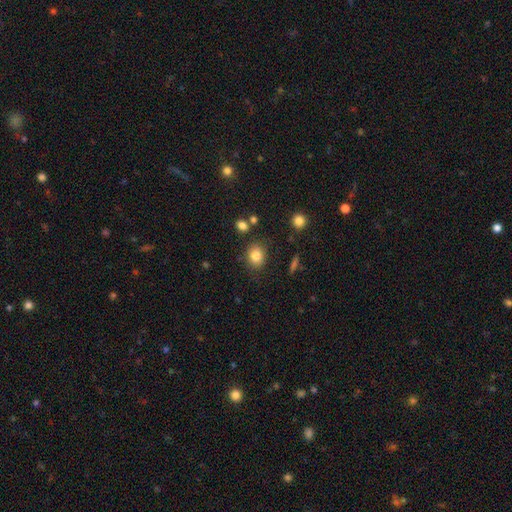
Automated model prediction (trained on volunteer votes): smooth 83%, star or artifact 10%, featured or disk 7%. Down the decision tree: how rounded — round (51%); merging — none (81%).